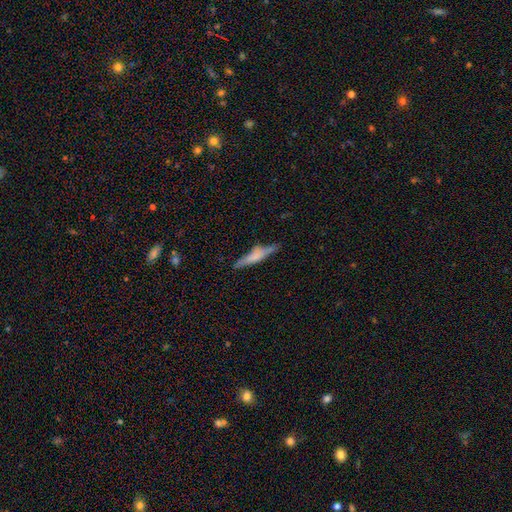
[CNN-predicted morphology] Smooth or featured? featured or disk (47%)
Merging? none (75%)